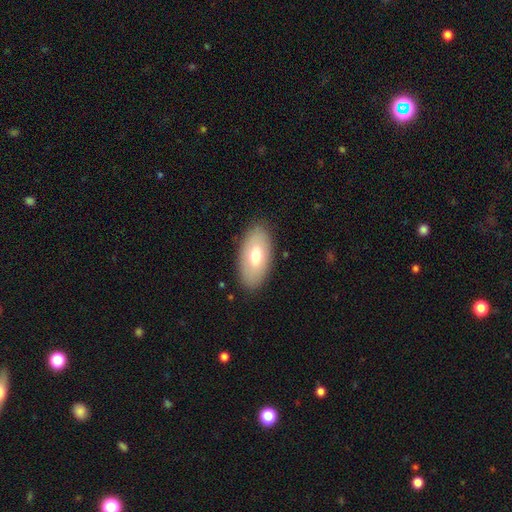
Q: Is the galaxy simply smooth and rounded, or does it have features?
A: smooth — 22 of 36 (61%).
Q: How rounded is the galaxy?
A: in between — 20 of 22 (91%).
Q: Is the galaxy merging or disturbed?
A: none — 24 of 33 (73%).